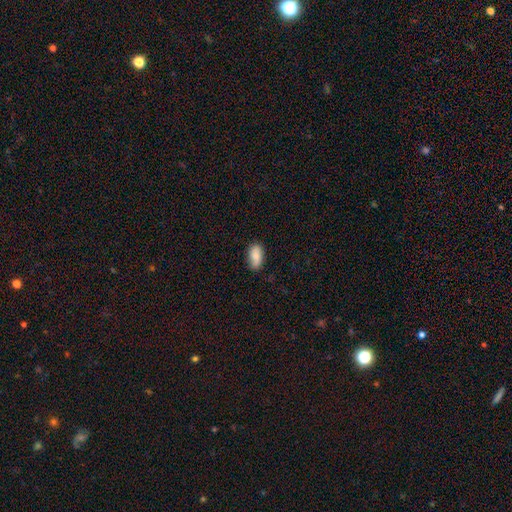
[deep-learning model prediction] Smooth or featured?
  - smooth: 82% *
  - featured or disk: 11%
  - star or artifact: 7%
How rounded?
  - in between: 92% *
  - round: 4%
  - cigar-shaped: 4%
Merging?
  - none: 81% *
  - minor disturbance: 15%
  - major disturbance: 3%
  - merger: 1%